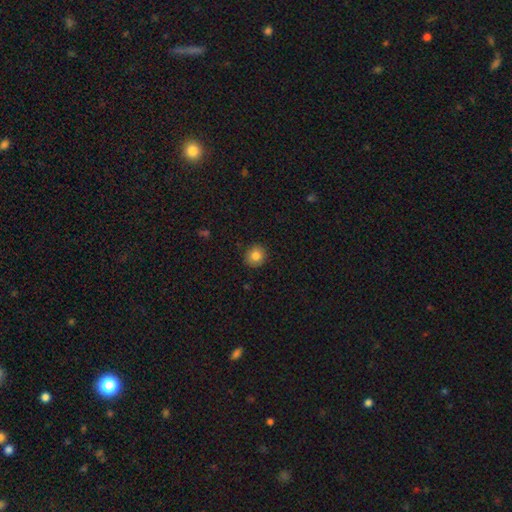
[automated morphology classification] A smooth galaxy with no disk features (83%) that is round (88%). Merging: none (91%).